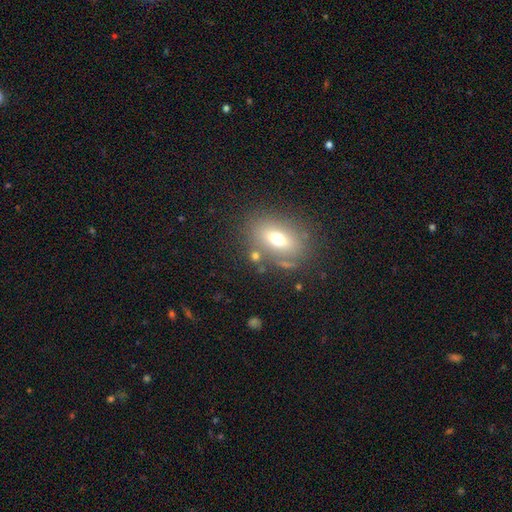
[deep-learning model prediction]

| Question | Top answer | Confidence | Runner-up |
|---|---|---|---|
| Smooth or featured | smooth | 62% | featured or disk (23%) |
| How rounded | in between | 71% | round (25%) |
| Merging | none | 75% | minor disturbance (13%) |